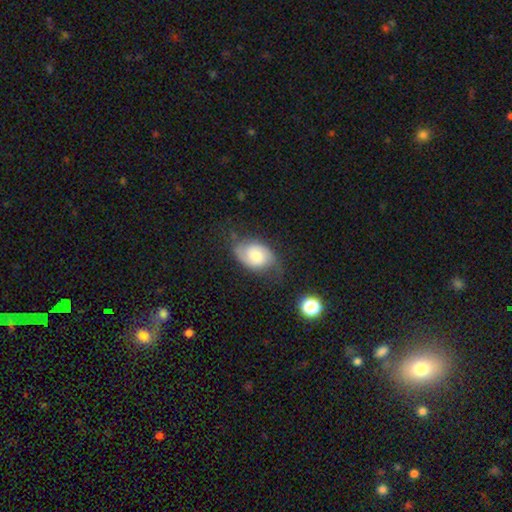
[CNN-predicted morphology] A featured or disk galaxy (62%) with no bar (63%), 2 (84%) medium (45%) spiral arms (90%) and a moderate central bulge (51%).

Vote fractions:
- Smooth or featured? featured or disk: 62% / smooth: 30% / star or artifact: 8%
- Edge-on disk? no: 97% / yes: 3%
- Bar? no: 63% / weak: 32% / strong: 5%
- Spiral arms? yes: 90% / no: 10%
- Spiral winding? medium: 45% / tight: 31% / loose: 23%
- Spiral arm count? 2: 84% / can't tell: 9% / 1: 4% / 3: 1% / 4: 1% / more than 4: 1%
- Bulge size? moderate: 51% / small: 29% / large: 14% / none: 4% / dominant: 3%
- Merging? none: 54% / minor disturbance: 29% / major disturbance: 14% / merger: 3%